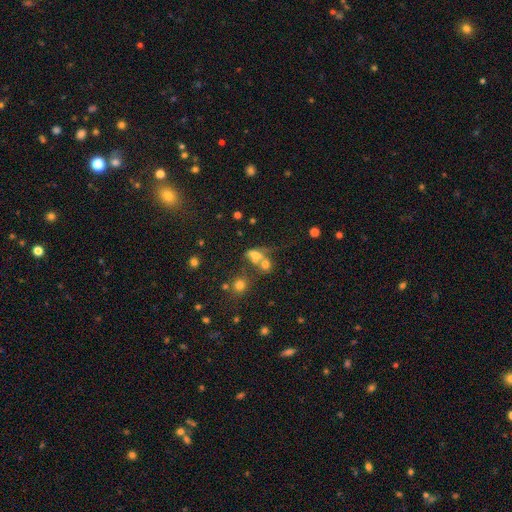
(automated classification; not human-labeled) A smooth galaxy with no disk features (55%) that is in between round and cigar-shaped (60%).

Vote fractions:
- Smooth or featured? smooth: 55% / featured or disk: 23% / star or artifact: 22%
- How rounded? in between: 60% / round: 27% / cigar-shaped: 13%
- Merging? merger: 42% / none: 32% / major disturbance: 13% / minor disturbance: 13%